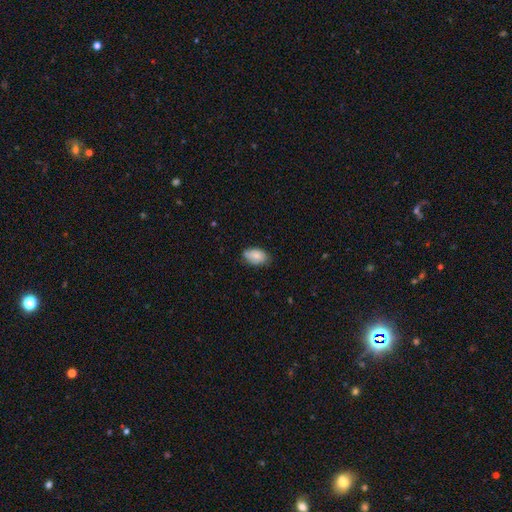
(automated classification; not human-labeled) Smooth or featured?
  - smooth: 76% *
  - featured or disk: 17%
  - star or artifact: 7%
How rounded?
  - in between: 90% *
  - round: 8%
  - cigar-shaped: 1%
Merging?
  - none: 68% *
  - minor disturbance: 27%
  - major disturbance: 4%
  - merger: 2%